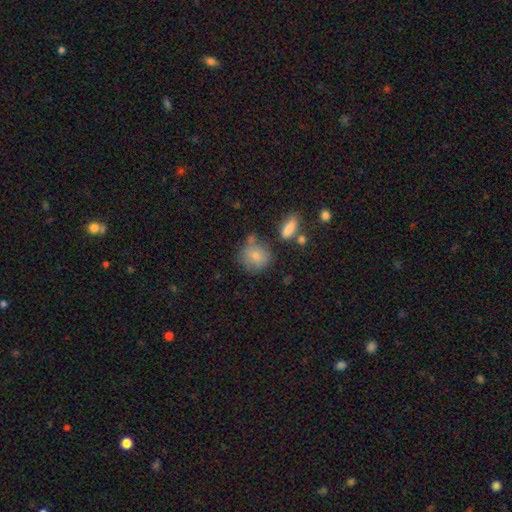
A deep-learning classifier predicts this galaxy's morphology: Q: Smooth or featured?
A: smooth (80%); runner-up: featured or disk (11%)
Q: How rounded?
A: round (79%); runner-up: in between (20%)
Q: Merging?
A: none (60%); runner-up: minor disturbance (19%)